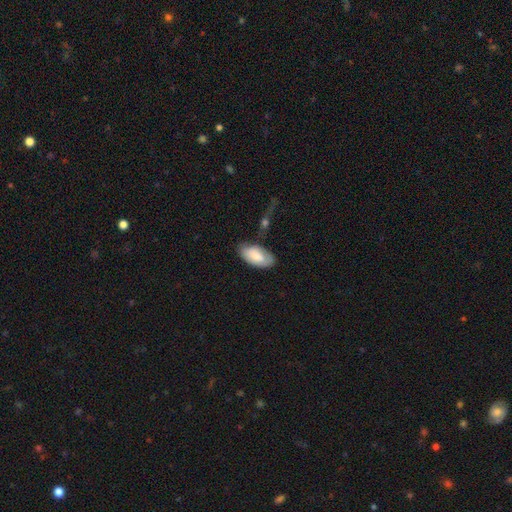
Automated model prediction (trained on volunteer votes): This appears to be a smooth galaxy with no disk features (78%) that is in between round and cigar-shaped (95%). Merging: none (62%).